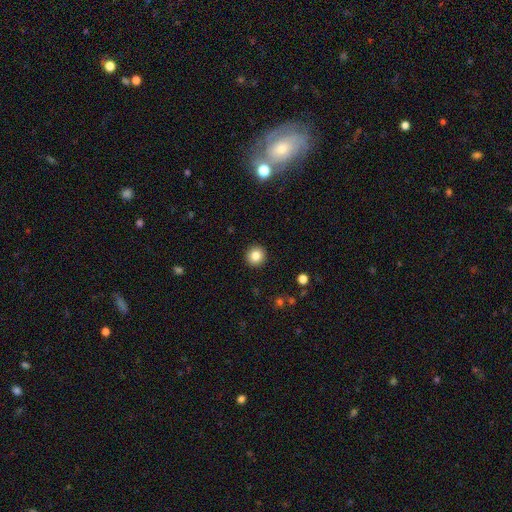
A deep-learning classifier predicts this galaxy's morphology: smooth 84%, star or artifact 10%, featured or disk 6%. Down the decision tree: how rounded — round (94%); merging — none (93%).